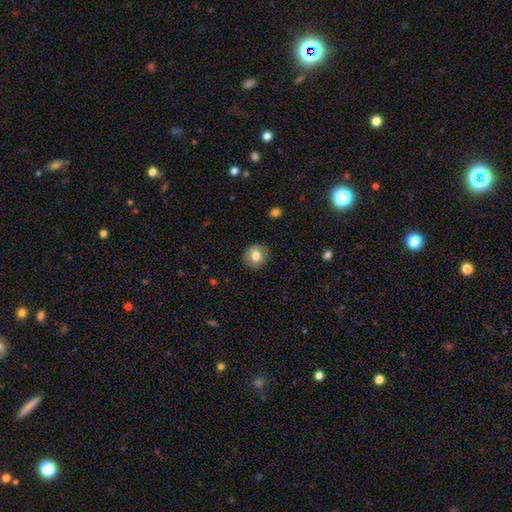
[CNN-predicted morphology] Q: Smooth or featured?
A: smooth (76%); runner-up: featured or disk (15%)
Q: How rounded?
A: round (85%); runner-up: in between (14%)
Q: Merging?
A: none (88%); runner-up: minor disturbance (9%)